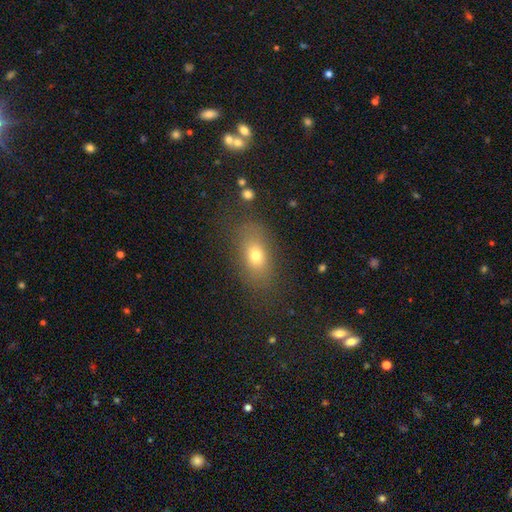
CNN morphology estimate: A smooth galaxy with no disk features (70%) that is in between round and cigar-shaped (80%). Merging: none (78%).